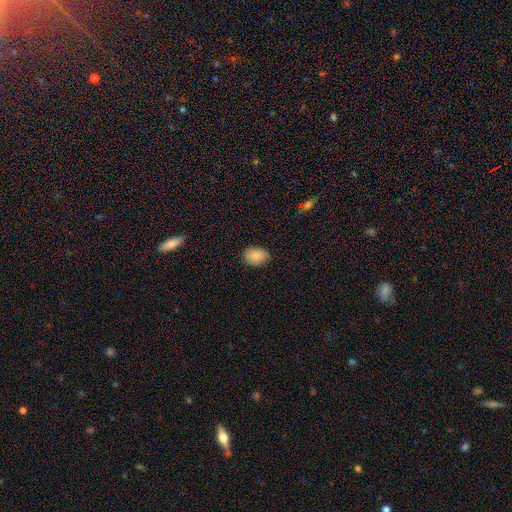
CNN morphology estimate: Overall: smooth (88%). How rounded: in between (70%). Merging: none (82%).